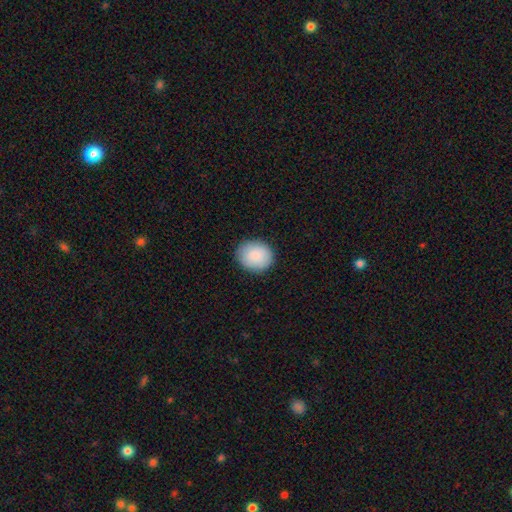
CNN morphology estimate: A smooth galaxy with no disk features (89%) that is round (70%). Merging: none (88%).